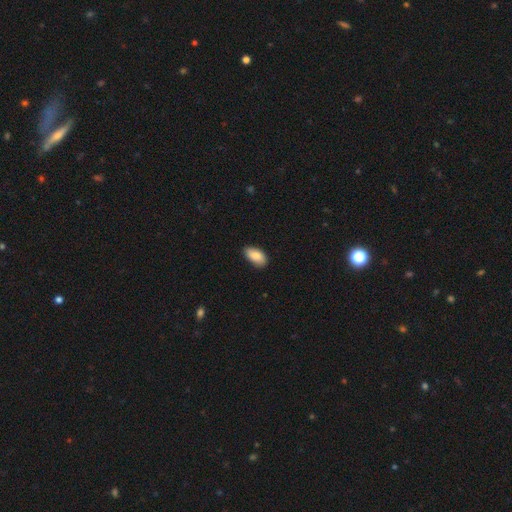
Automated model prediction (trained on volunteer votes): smooth 86%, featured or disk 8%, star or artifact 6%. Down the decision tree: how rounded — in between (94%); merging — none (85%).